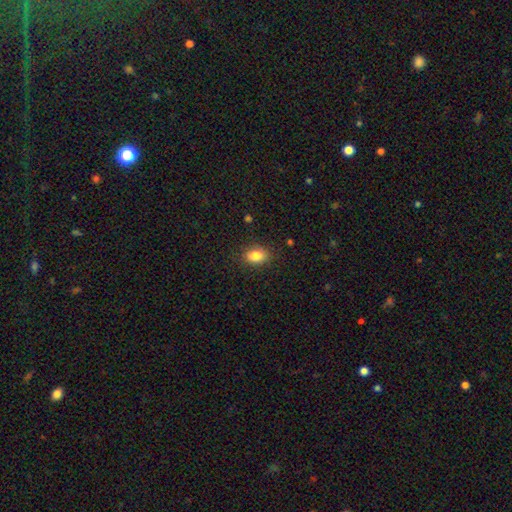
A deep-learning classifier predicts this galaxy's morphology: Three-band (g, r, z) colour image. It shows a smooth galaxy with no disk features (85%) that is in between round and cigar-shaped (79%). Merging: none (87%).